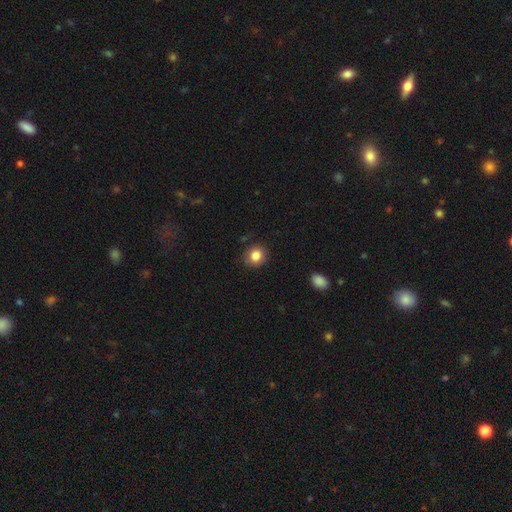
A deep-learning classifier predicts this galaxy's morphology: smooth 85%, star or artifact 10%, featured or disk 6%. Down the decision tree: how rounded — round (83%); merging — none (86%).